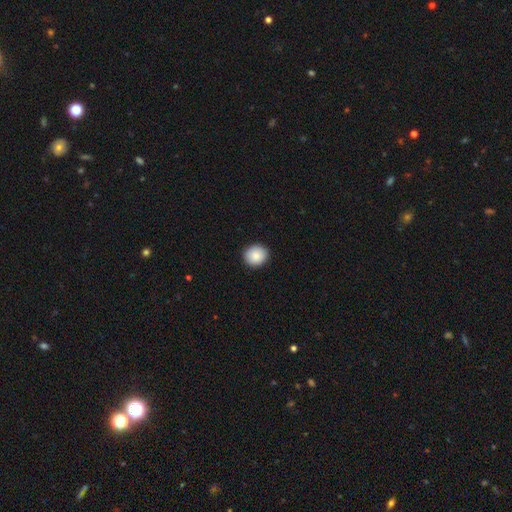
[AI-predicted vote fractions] This appears to be a smooth galaxy with no disk features (88%) that is round (85%). Merging: none (91%).